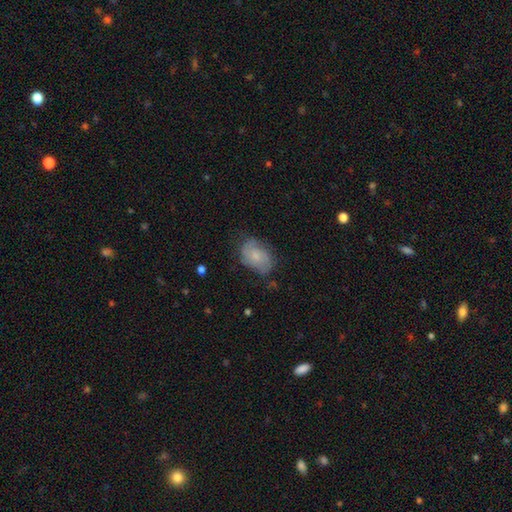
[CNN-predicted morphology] Smooth or featured: smooth — 46% (tied with featured or disk — 46%)
Merging: none — 60% (minor disturbance — 28%)